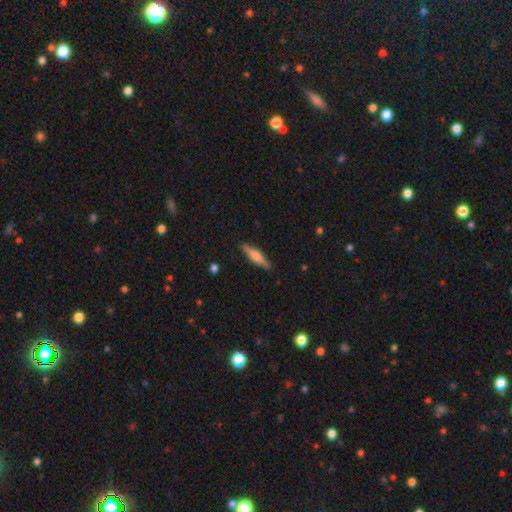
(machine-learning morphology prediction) This is possibly a featured or disk galaxy (49%). Merging: clearly none (89%).